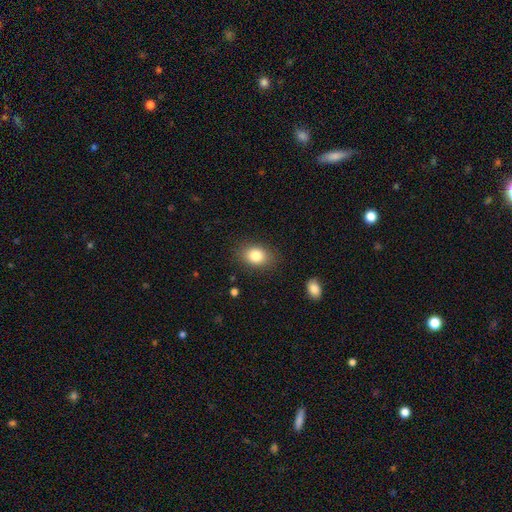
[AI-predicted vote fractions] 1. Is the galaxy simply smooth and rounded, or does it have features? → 84% smooth, 9% star or artifact, 7% featured or disk.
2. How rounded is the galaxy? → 67% in between, 32% round, 1% cigar-shaped.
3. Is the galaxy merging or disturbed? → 84% none, 11% minor disturbance, 3% major disturbance, 1% merger.